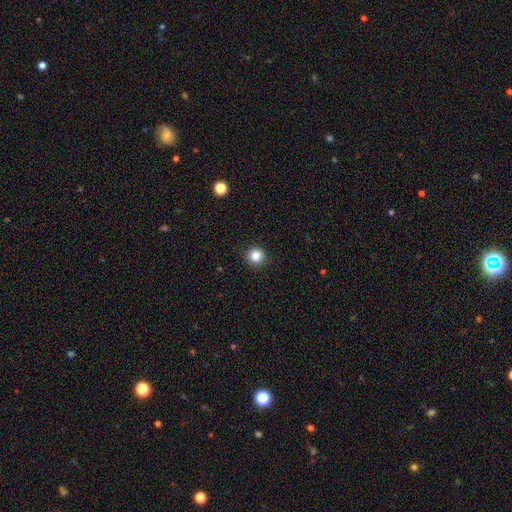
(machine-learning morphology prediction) smooth-or-featured: smooth: 84% | star or artifact: 11% | featured or disk: 5%
  how-rounded: round: 95% | in between: 4% | cigar-shaped: 1%
  merging: none: 93% | minor disturbance: 5% | major disturbance: 2% | merger: 1%